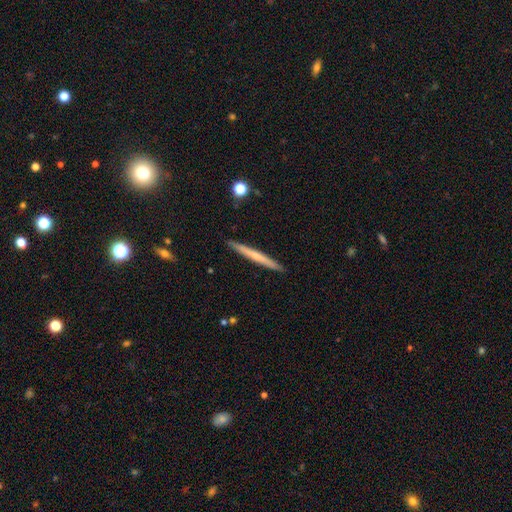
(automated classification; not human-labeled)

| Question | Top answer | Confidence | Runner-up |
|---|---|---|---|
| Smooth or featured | smooth | 51% | featured or disk (44%) |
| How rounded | cigar-shaped | 97% | in between (2%) |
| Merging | none | 92% | minor disturbance (6%) |